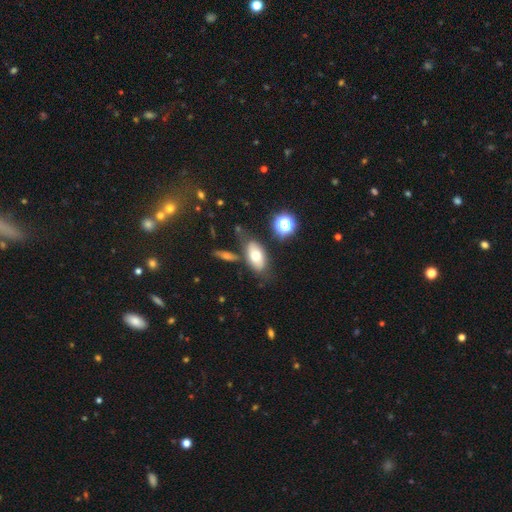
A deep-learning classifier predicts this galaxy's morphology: type=smooth (66%); roundness=in between (89%); merging=none (65%).